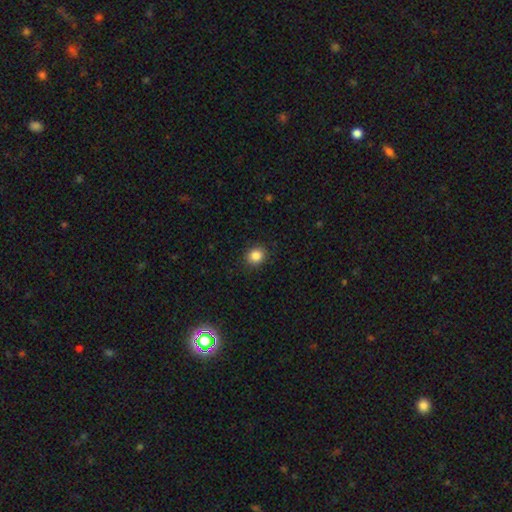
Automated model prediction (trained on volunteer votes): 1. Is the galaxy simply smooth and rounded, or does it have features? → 86% smooth, 10% star or artifact, 4% featured or disk.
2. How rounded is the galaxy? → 77% round, 22% in between, 1% cigar-shaped.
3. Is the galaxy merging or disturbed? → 90% none, 7% minor disturbance, 2% major disturbance, 1% merger.